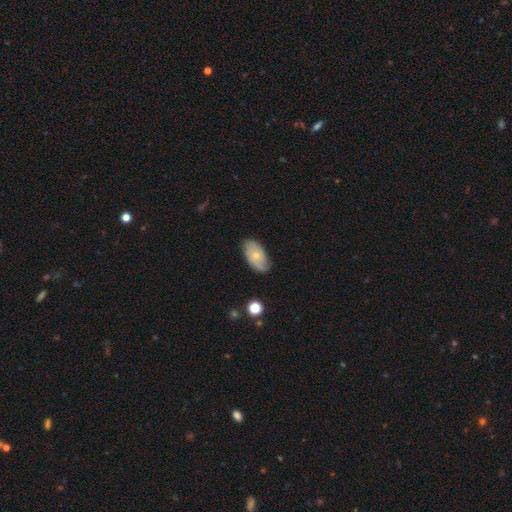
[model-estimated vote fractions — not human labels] Q: Smooth or featured?
A: smooth (52%); runner-up: featured or disk (41%)
Q: How rounded?
A: in between (93%); runner-up: round (5%)
Q: Merging?
A: none (68%); runner-up: minor disturbance (24%)